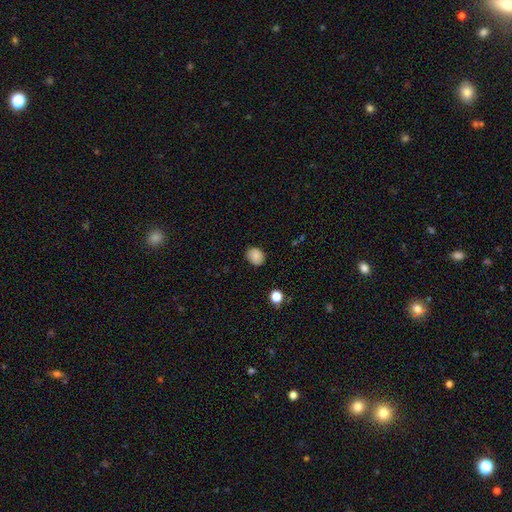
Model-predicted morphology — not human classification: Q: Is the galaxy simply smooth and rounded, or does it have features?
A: smooth — 83%.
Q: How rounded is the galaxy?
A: round — 54%.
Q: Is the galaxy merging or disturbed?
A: none — 82%.